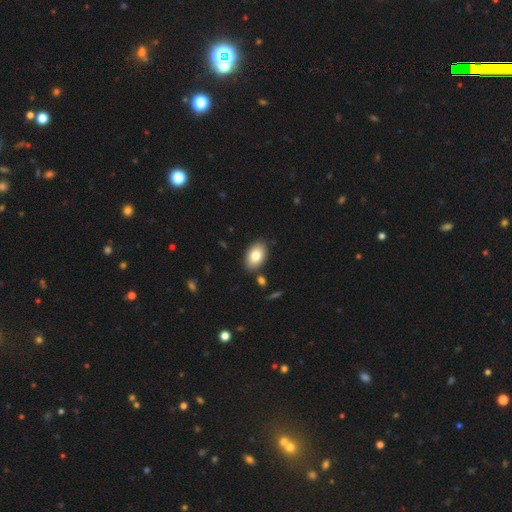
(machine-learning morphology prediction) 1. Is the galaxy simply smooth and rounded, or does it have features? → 81% smooth, 12% featured or disk, 7% star or artifact.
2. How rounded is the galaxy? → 92% in between, 7% round, 1% cigar-shaped.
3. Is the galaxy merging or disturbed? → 85% none, 10% minor disturbance, 3% merger, 2% major disturbance.